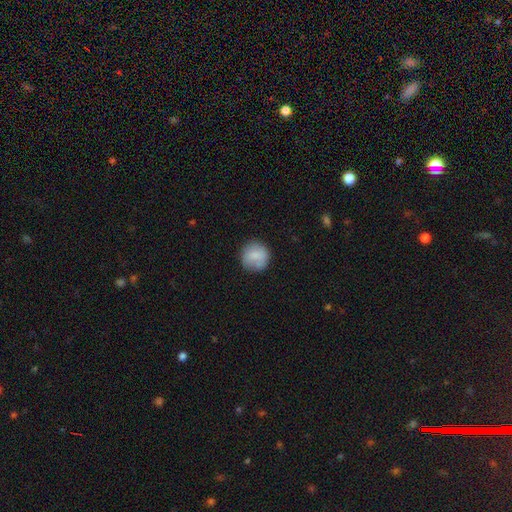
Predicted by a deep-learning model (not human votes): Smooth or featured: smooth — 80% (featured or disk — 12%)
How rounded: round — 93% (in between — 6%)
Merging: none — 77% (minor disturbance — 16%)